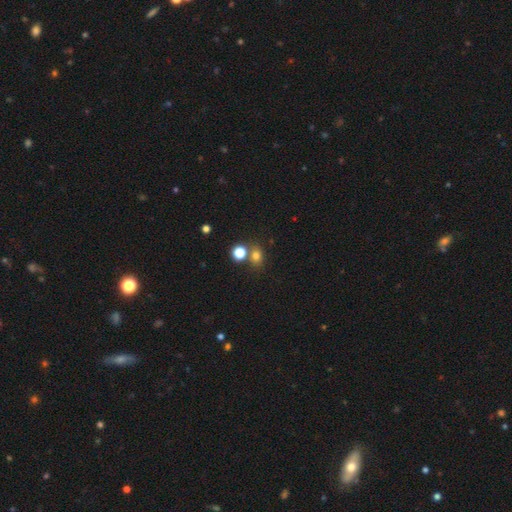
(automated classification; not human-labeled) Smooth or featured? Predicted: smooth (p=0.75). How rounded? Predicted: round (p=0.56). Merging? Predicted: none (p=0.64).